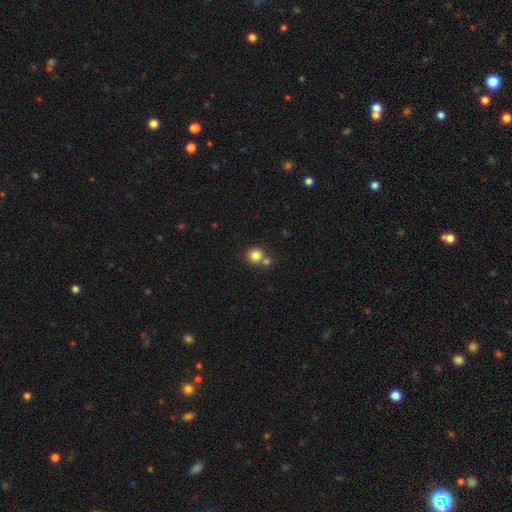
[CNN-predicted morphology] Q: Smooth or featured?
A: smooth (82%); runner-up: star or artifact (11%)
Q: How rounded?
A: round (91%); runner-up: in between (8%)
Q: Merging?
A: none (60%); runner-up: merger (30%)